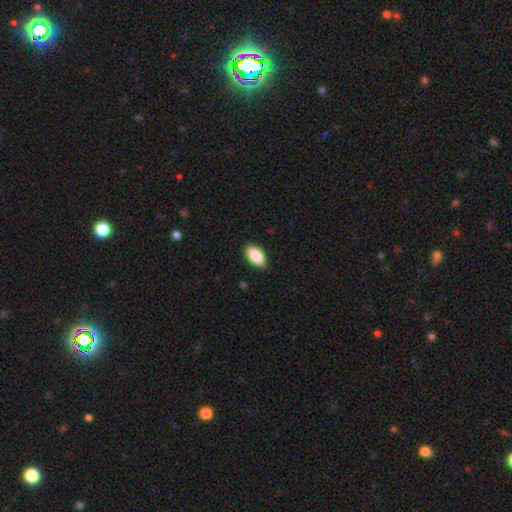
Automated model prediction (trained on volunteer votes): A smooth galaxy with no disk features (87%) that is in between round and cigar-shaped (94%). Merging: none (89%).